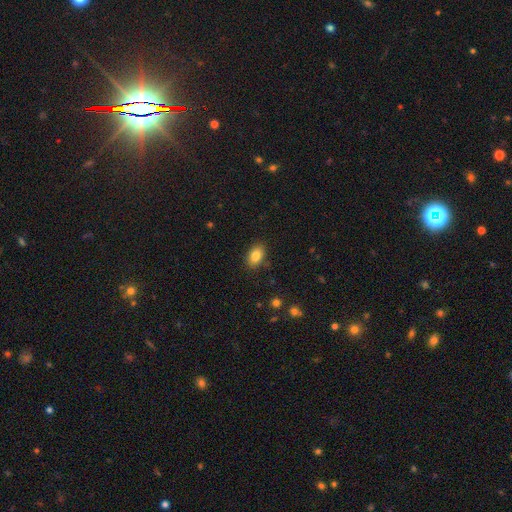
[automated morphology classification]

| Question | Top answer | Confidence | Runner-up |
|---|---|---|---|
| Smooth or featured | smooth | 84% | star or artifact (9%) |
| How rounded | in between | 85% | round (14%) |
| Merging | none | 86% | minor disturbance (10%) |